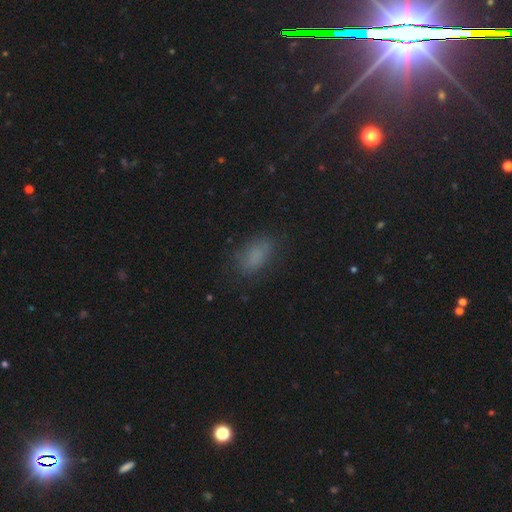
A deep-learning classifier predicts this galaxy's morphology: Smooth or featured: smooth — 77% (star or artifact — 14%)
How rounded: in between — 88% (round — 8%)
Merging: none — 73% (minor disturbance — 18%)